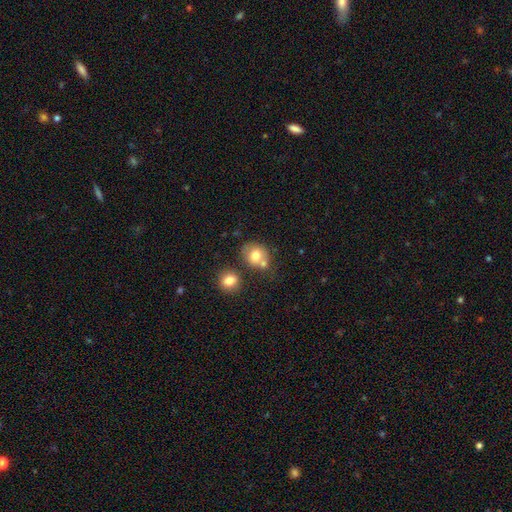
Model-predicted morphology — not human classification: Smooth or featured? Predicted: smooth (p=0.75). How rounded? Predicted: round (p=0.70). Merging? Predicted: none (p=0.52).